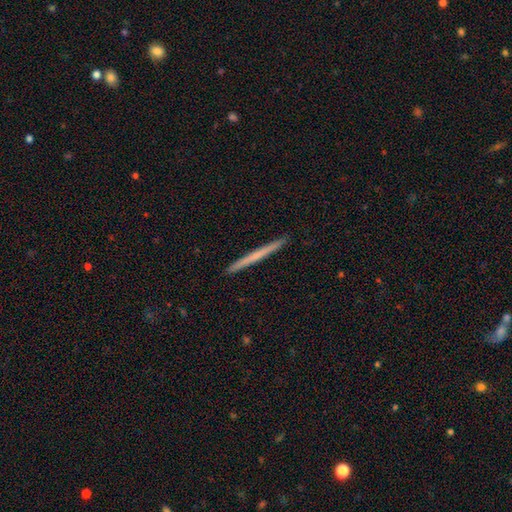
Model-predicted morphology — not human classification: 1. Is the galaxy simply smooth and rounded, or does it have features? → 52% smooth, 43% featured or disk, 5% star or artifact.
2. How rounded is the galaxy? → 97% cigar-shaped, 1% in between, 1% round.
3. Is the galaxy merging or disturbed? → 93% none, 5% minor disturbance, 1% major disturbance, 1% merger.